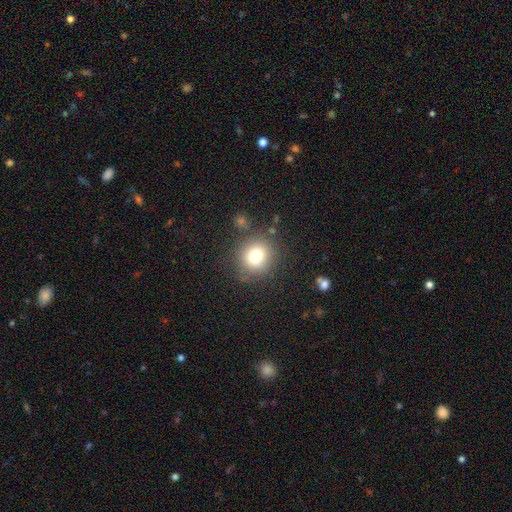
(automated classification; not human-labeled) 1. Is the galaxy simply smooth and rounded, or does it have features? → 75% smooth, 14% star or artifact, 11% featured or disk.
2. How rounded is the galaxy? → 89% round, 10% in between, 1% cigar-shaped.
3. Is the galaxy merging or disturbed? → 82% none, 10% minor disturbance, 4% major disturbance, 4% merger.